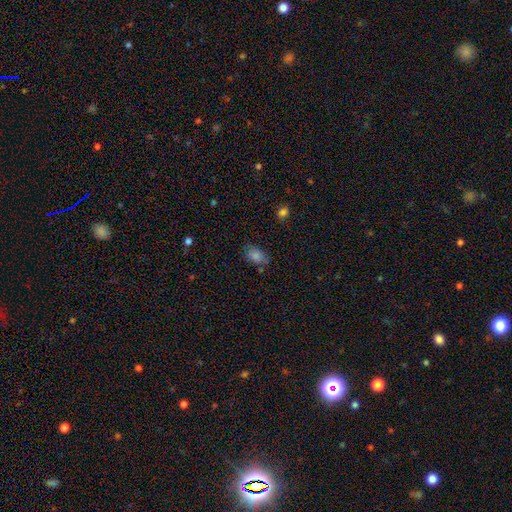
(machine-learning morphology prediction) A smooth galaxy with no disk features (70%) that is in between round and cigar-shaped (76%).

Vote fractions:
- Smooth or featured? smooth: 70% / star or artifact: 19% / featured or disk: 11%
- How rounded? in between: 76% / round: 22% / cigar-shaped: 2%
- Merging? none: 76% / minor disturbance: 17% / major disturbance: 4% / merger: 3%